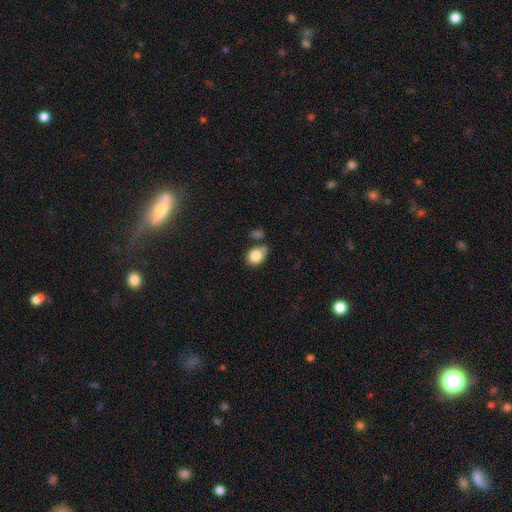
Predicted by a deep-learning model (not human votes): Smooth or featured: smooth — 83% (star or artifact — 9%)
How rounded: round — 50% (in between — 48%)
Merging: none — 54% (minor disturbance — 22%)